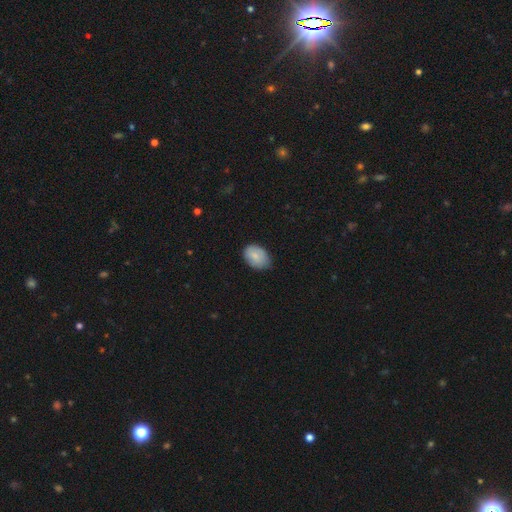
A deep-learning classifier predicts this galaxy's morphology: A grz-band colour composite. It shows a smooth galaxy with no disk features (81%) that is in between round and cigar-shaped (81%). Merging: none (67%).